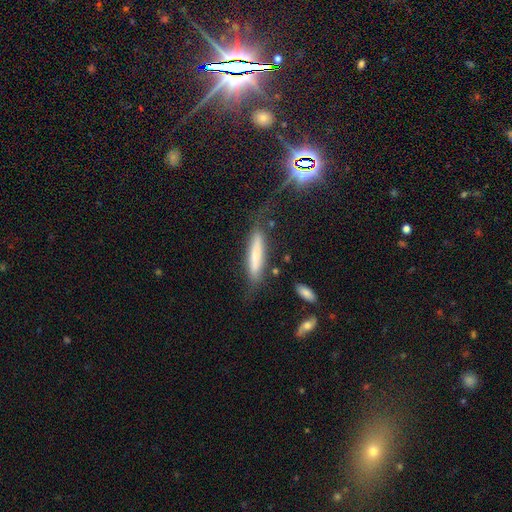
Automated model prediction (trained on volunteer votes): Smooth or featured? Predicted: smooth (p=0.63). How rounded? Predicted: cigar-shaped (p=0.88). Merging? Predicted: none (p=0.68).